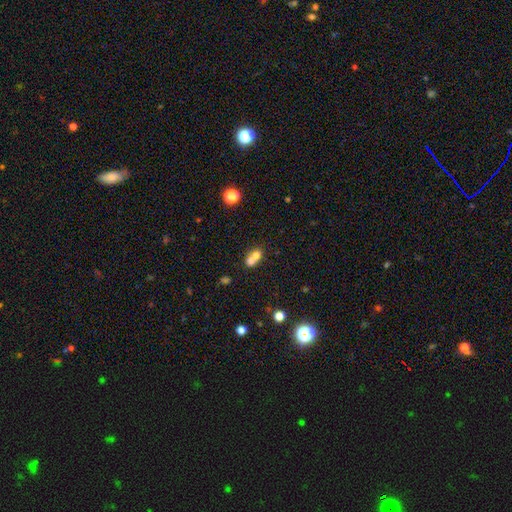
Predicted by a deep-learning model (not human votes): Smooth or featured: smooth — 66% (featured or disk — 21%)
How rounded: round — 52% (in between — 46%)
Merging: merger — 66% (none — 23%)